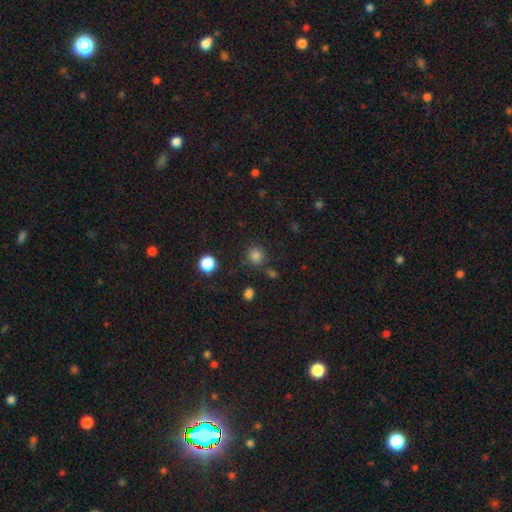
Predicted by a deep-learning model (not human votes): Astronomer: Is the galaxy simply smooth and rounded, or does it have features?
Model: smooth — 80%.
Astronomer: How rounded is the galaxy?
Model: round — 91%.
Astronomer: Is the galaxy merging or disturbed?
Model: none — 78%.